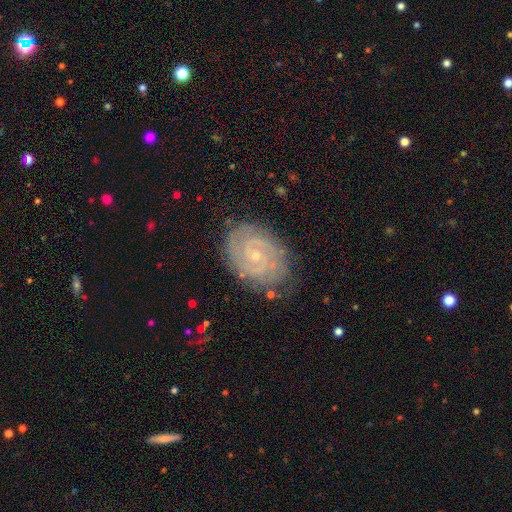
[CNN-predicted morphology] Smooth or featured? featured or disk (86%)
Edge-on disk? no (97%)
Bar? no (63%)
Spiral arms? yes (97%)
Spiral winding? tight (78%)
Spiral arm count? 2 (57%)
Bulge size? small (79%)
Merging? none (80%)